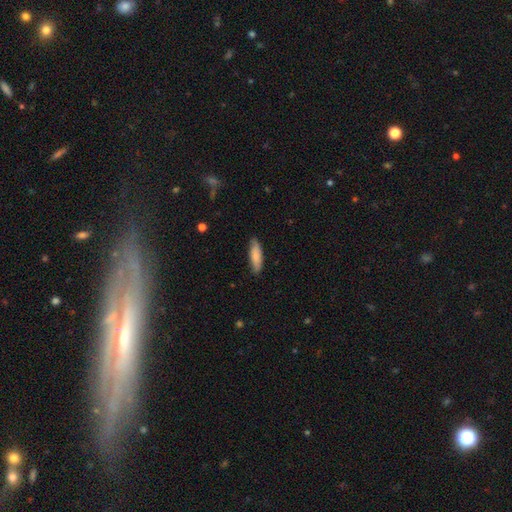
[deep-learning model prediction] Morphology: type=smooth (82%); roundness=cigar-shaped (56%); merging=none (82%).